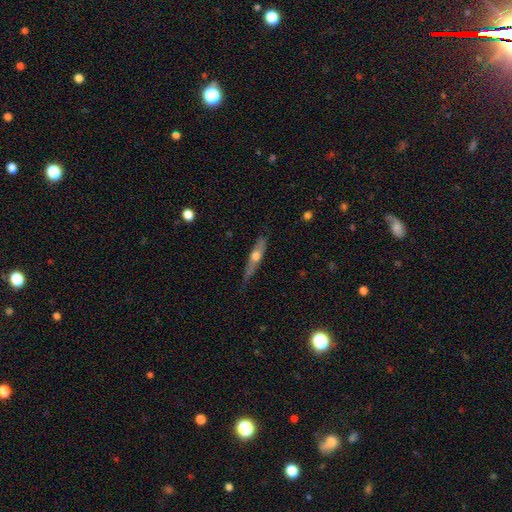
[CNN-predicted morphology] Overall: featured or disk (55%; smooth 39%). Edge-on disk: yes (87%). Merging: none (75%).